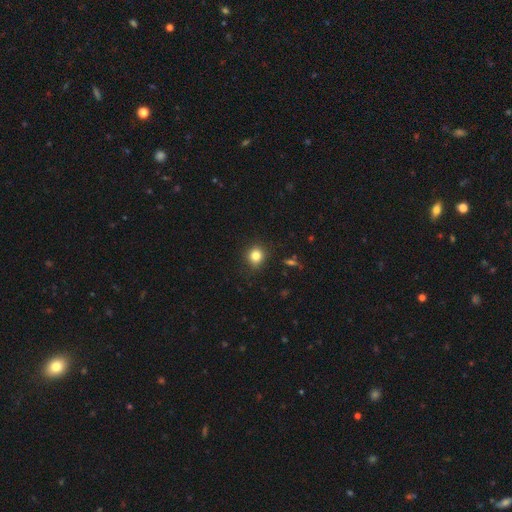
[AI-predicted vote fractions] smooth 82%, star or artifact 12%, featured or disk 6%. Down the decision tree: how rounded — round (81%); merging — none (86%).